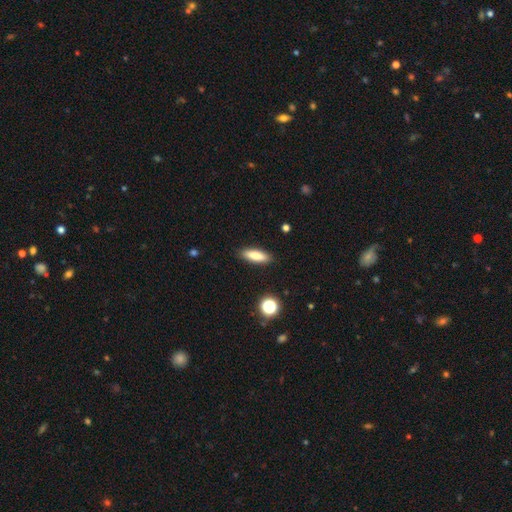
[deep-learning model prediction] smooth 82%, featured or disk 11%, star or artifact 7%. Down the decision tree: how rounded — in between (50%); merging — none (89%).